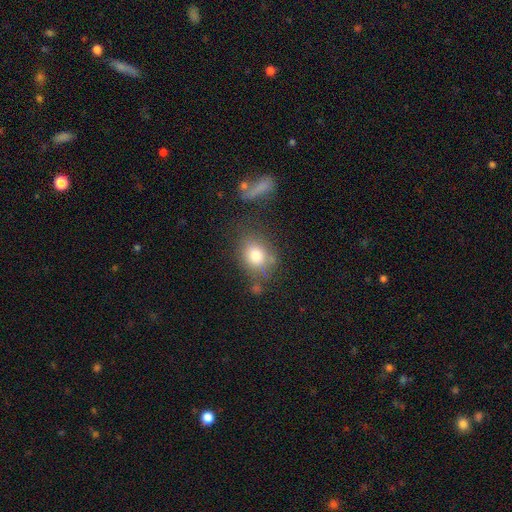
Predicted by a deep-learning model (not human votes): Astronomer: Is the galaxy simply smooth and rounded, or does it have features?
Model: smooth — 76%.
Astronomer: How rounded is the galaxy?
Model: round — 57% (runner-up: in between, 41%).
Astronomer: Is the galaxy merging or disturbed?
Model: none — 64%.